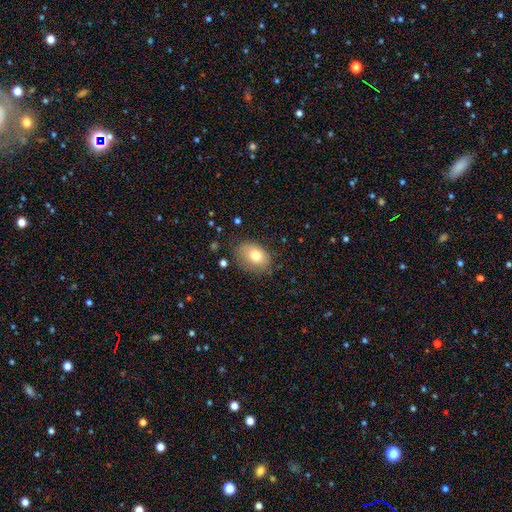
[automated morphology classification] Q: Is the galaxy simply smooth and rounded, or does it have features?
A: smooth — 77%.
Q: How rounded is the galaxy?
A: in between — 78%.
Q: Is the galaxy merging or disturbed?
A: none — 70%.